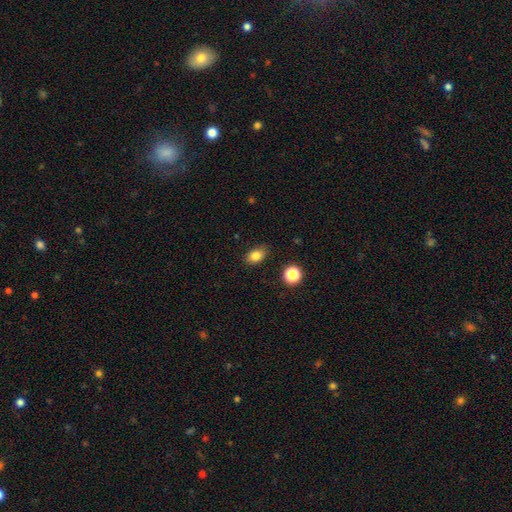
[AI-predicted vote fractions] A smooth galaxy with no disk features (83%) that is in between round and cigar-shaped (81%).

Vote fractions:
- Smooth or featured? smooth: 83% / star or artifact: 10% / featured or disk: 7%
- How rounded? in between: 81% / round: 17% / cigar-shaped: 2%
- Merging? none: 84% / minor disturbance: 12% / major disturbance: 3% / merger: 2%